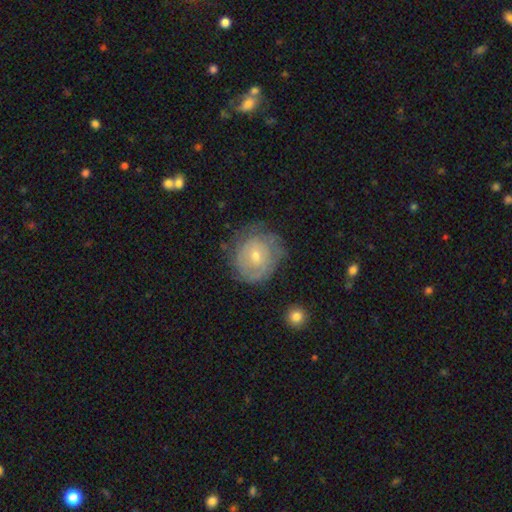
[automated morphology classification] type=featured or disk (56%); edge-on=no (97%); bar=no (74%); spiral arms=yes (69%); bulge=small (59%); merging=none (66%).